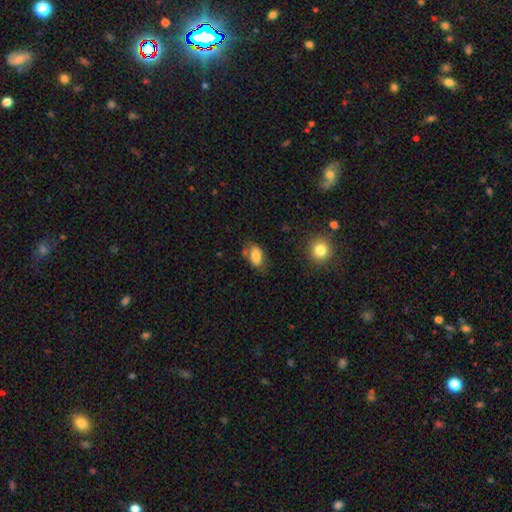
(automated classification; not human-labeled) Smooth or featured?
  - smooth: 80% *
  - featured or disk: 11%
  - star or artifact: 9%
How rounded?
  - in between: 90% *
  - round: 6%
  - cigar-shaped: 4%
Merging?
  - none: 59% *
  - minor disturbance: 24%
  - merger: 9%
  - major disturbance: 8%